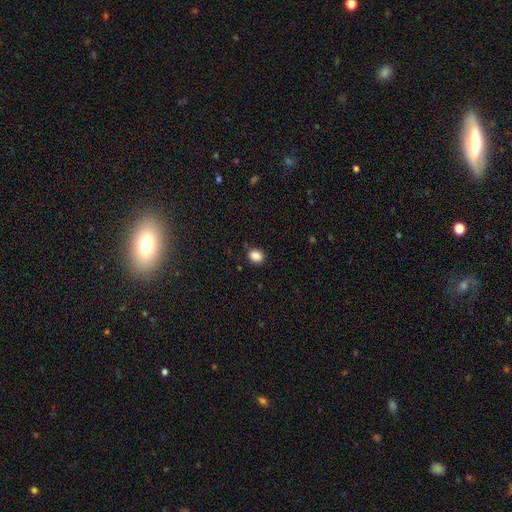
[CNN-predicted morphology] smooth_or_featured: smooth (p=0.87) [alt: star or artifact p=0.10]
how_rounded: round (p=0.55) [alt: in between p=0.44]
merging: none (p=0.85) [alt: minor disturbance p=0.11]